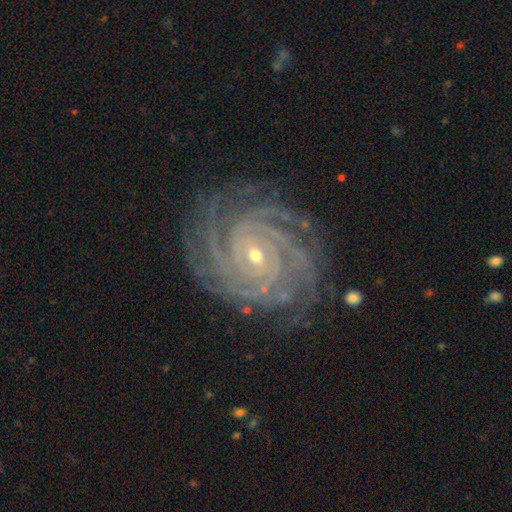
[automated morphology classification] featured or disk 93%, star or artifact 5%, smooth 3%. Down the decision tree: edge-on disk — no (98%); bar — no (51%); spiral arms — yes (99%); spiral arm count — 4 (30%); spiral winding — tight (84%); bulge size — small (69%); merging — none (80%).